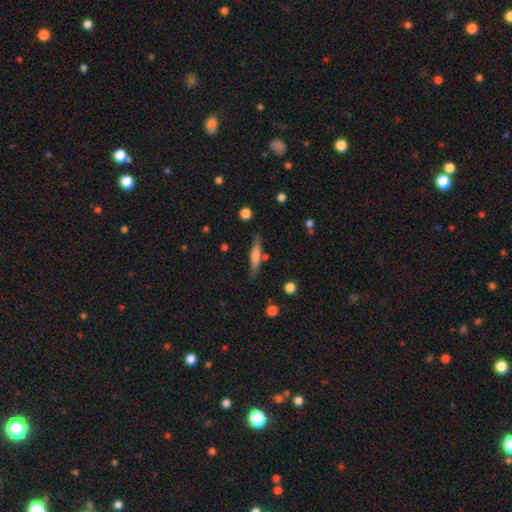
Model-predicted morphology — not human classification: Smooth or featured: smooth — 60% (featured or disk — 33%)
How rounded: cigar-shaped — 84% (in between — 14%)
Merging: none — 79% (minor disturbance — 13%)